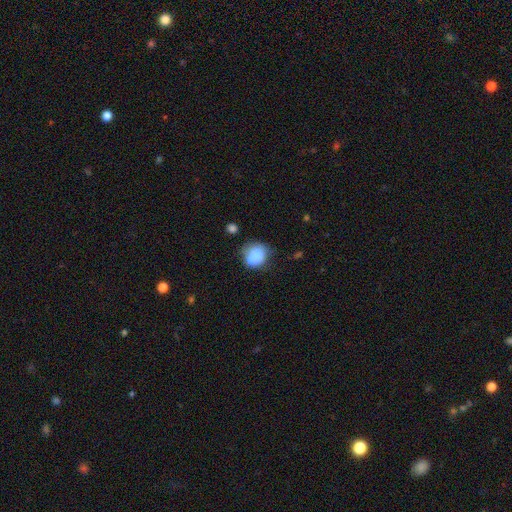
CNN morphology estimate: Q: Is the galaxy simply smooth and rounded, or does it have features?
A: smooth — 80%.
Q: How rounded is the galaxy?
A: round — 64%.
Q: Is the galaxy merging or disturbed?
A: none — 51%.